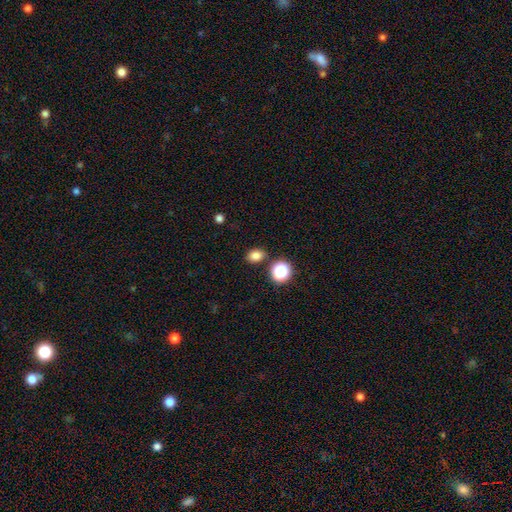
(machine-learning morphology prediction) type=smooth (81%); roundness=in between (61%); merging=none (81%).